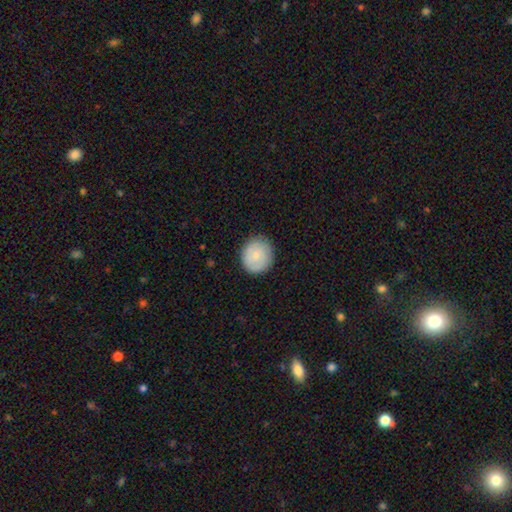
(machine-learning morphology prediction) Smooth or featured? Predicted: smooth (p=0.64). How rounded? Predicted: round (p=0.85). Merging? Predicted: none (p=0.86).